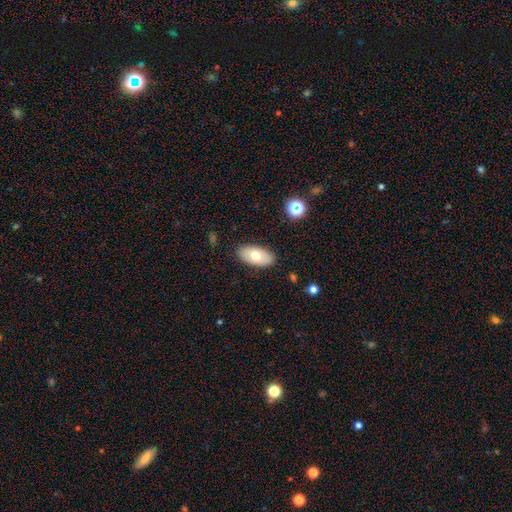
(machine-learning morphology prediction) This is likely a smooth galaxy (66%). How rounded: clearly in between (94%). Merging: clearly none (87%).